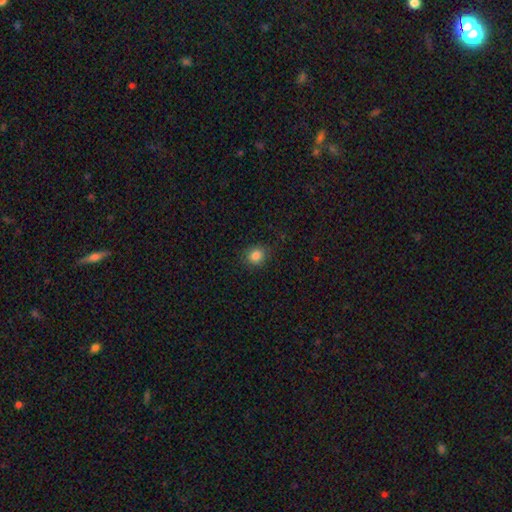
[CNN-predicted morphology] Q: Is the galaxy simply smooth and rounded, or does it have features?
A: smooth — 84%.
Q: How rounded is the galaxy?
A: round — 83%.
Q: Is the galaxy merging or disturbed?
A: none — 88%.